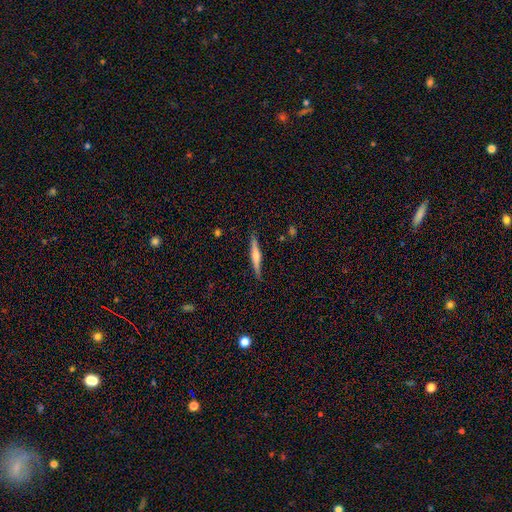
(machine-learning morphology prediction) smooth_or_featured: featured or disk (p=0.65) [alt: smooth p=0.29]
disk_edge_on: yes (p=0.97) [alt: no p=0.03]
edge_on_bulge: rounded (p=0.78) [alt: boxy p=0.11]
merging: none (p=0.89) [alt: minor disturbance p=0.08]